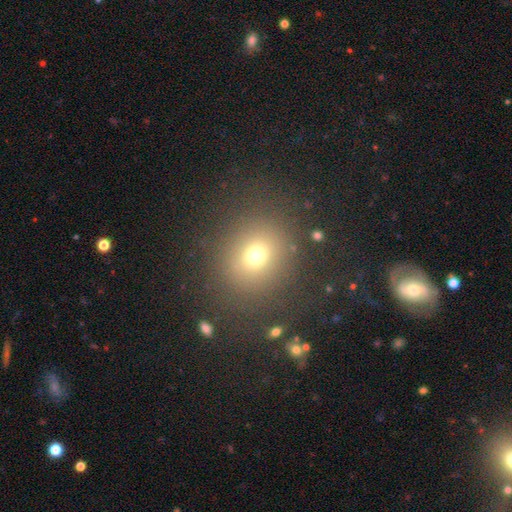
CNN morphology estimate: This appears to be a smooth galaxy with no disk features (71%) that is round (75%). Merging: none (83%).